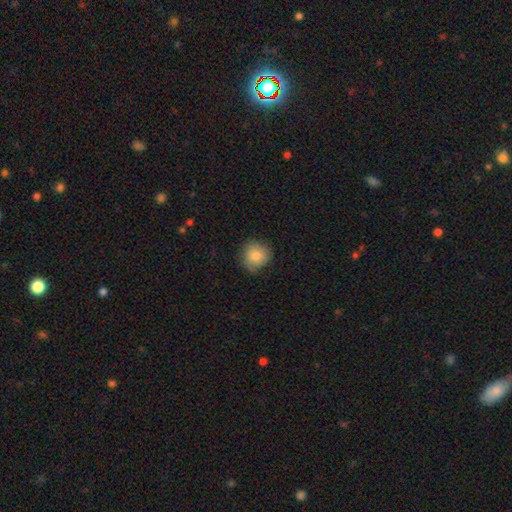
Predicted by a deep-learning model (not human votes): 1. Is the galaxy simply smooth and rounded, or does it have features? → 85% smooth, 8% star or artifact, 7% featured or disk.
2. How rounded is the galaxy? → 86% round, 13% in between, 1% cigar-shaped.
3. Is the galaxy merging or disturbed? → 77% none, 18% minor disturbance, 3% major disturbance, 1% merger.